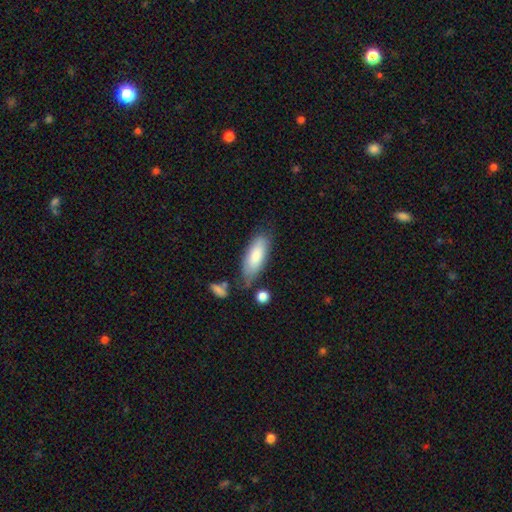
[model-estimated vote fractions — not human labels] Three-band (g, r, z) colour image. It shows a smooth galaxy with no disk features (78%) that is in between round and cigar-shaped (67%). Merging: none (69%).